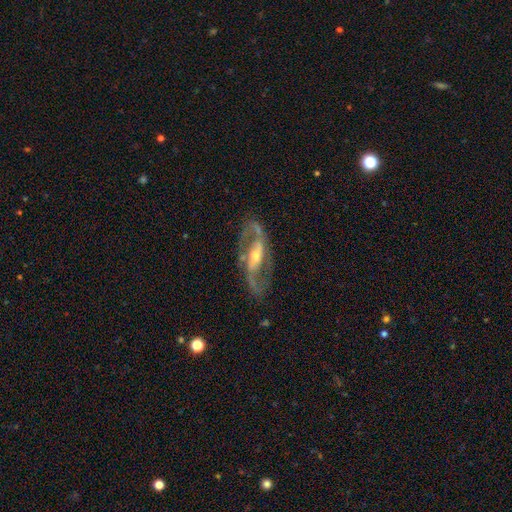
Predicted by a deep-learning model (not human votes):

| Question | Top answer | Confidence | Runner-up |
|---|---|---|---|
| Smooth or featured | featured or disk | 89% | smooth (6%) |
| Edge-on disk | no | 92% | yes (8%) |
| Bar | strong | 48% | weak (33%) |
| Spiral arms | yes | 93% | no (7%) |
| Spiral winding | medium | 54% | loose (28%) |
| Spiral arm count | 2 | 91% | can't tell (4%) |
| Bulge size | moderate | 48% | small (46%) |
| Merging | none | 79% | minor disturbance (13%) |